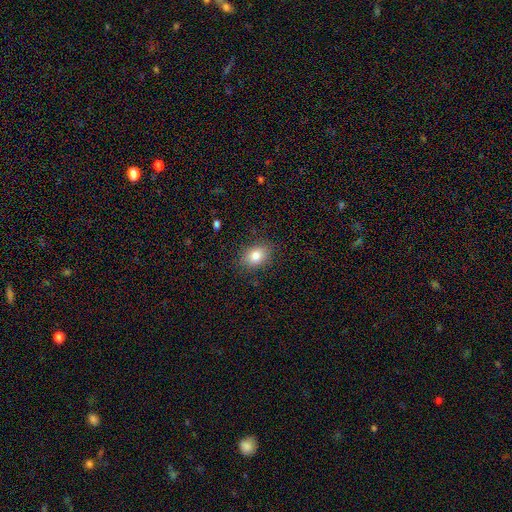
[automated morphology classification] A smooth galaxy with no disk features (82%) that is in between round and cigar-shaped (69%). Merging: none (84%).